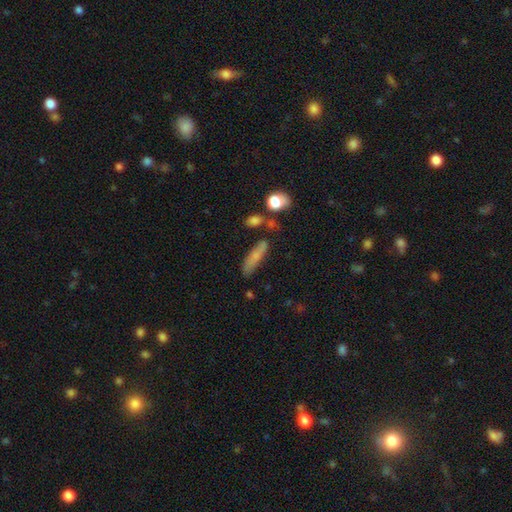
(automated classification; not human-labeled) Overall: smooth (69%). How rounded: cigar-shaped (68%). Merging: none (67%).